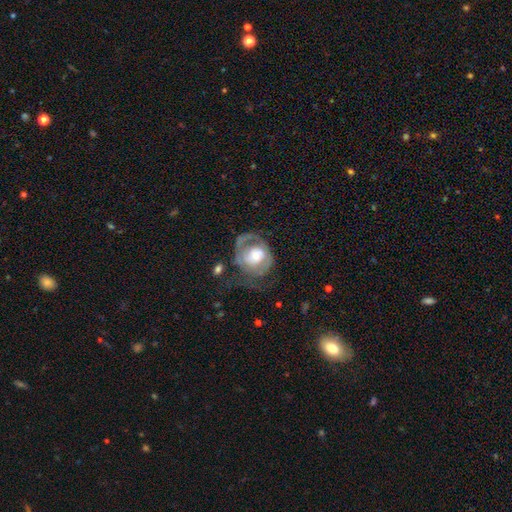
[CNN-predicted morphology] featured or disk 65%, smooth 29%, star or artifact 6%. Down the decision tree: edge-on disk — no (97%); bar — no (70%); spiral arms — yes (67%); bulge size — moderate (54%); merging — major disturbance (39%).